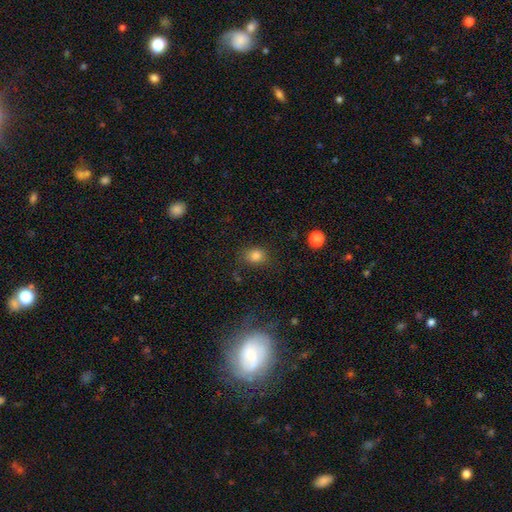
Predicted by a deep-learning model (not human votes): Overall: smooth (81%). How rounded: round (58%; in between 41%). Merging: none (77%).